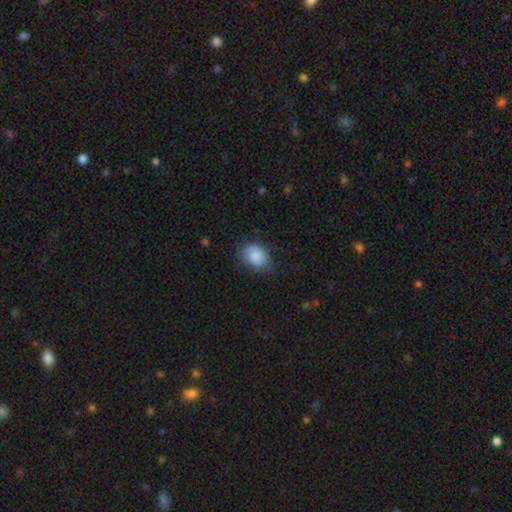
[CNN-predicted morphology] Q: Smooth or featured?
A: smooth (85%); runner-up: featured or disk (8%)
Q: How rounded?
A: in between (63%); runner-up: round (36%)
Q: Merging?
A: none (63%); runner-up: minor disturbance (29%)